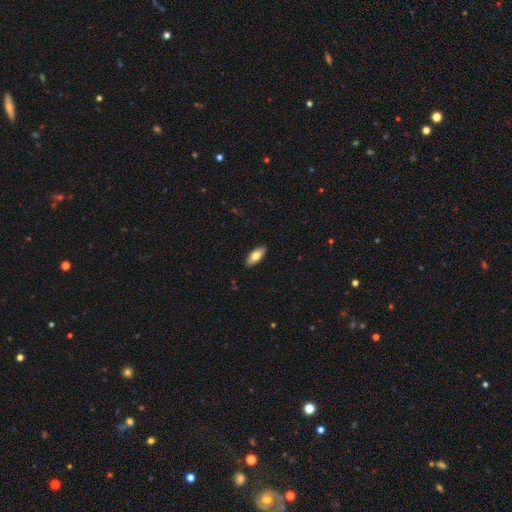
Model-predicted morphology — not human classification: Smooth or featured? smooth (74%)
How rounded? in between (81%)
Merging? none (89%)